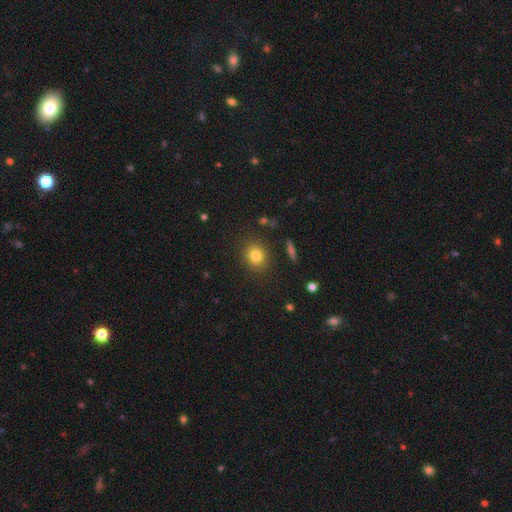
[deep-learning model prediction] Smooth or featured? smooth (80%)
How rounded? round (67%)
Merging? none (88%)